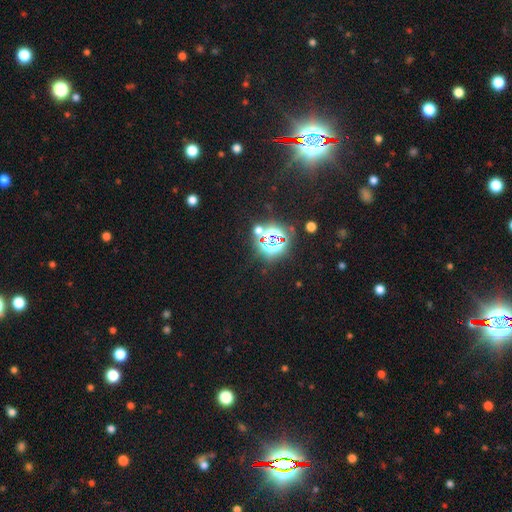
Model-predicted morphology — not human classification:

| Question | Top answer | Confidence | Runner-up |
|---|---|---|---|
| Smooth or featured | star or artifact | 83% | smooth (11%) |